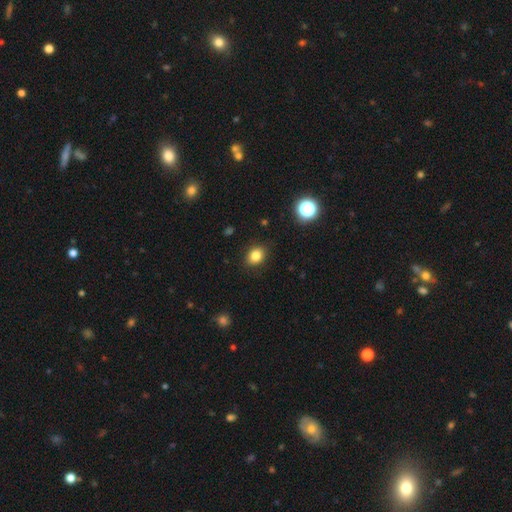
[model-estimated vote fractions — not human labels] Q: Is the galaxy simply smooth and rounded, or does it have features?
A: smooth — 83%.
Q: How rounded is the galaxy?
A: in between — 56%.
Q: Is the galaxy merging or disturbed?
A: none — 87%.